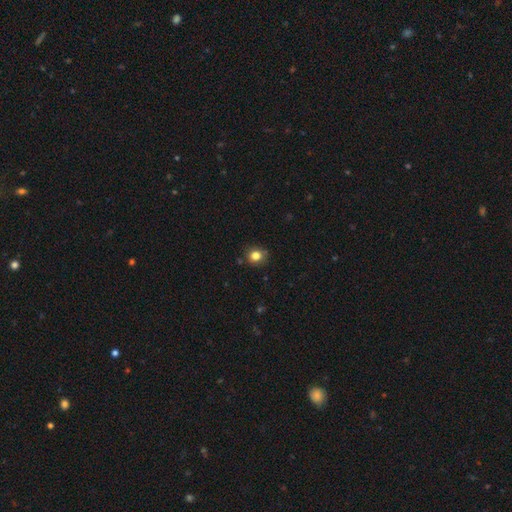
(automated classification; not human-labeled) smooth 82%, star or artifact 12%, featured or disk 6%. Down the decision tree: how rounded — round (80%); merging — none (82%).